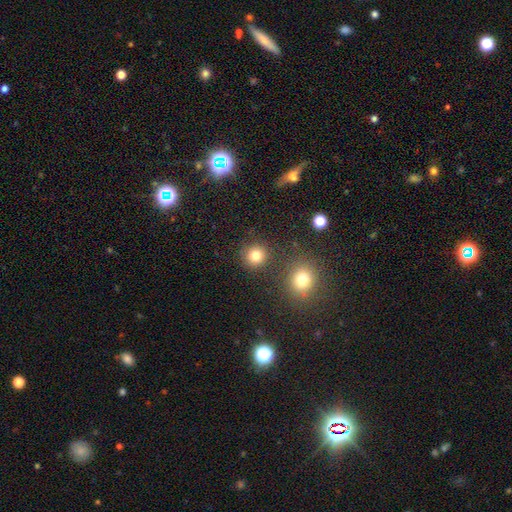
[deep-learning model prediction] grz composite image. It shows a smooth galaxy with no disk features (80%) that is round (91%). Merging: none (85%).